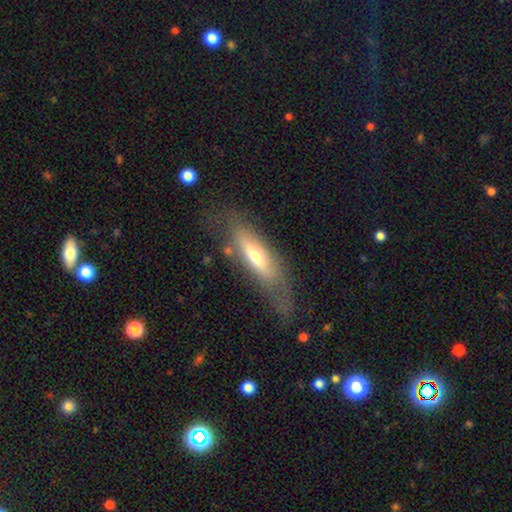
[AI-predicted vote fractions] Smooth or featured: smooth — 48% (featured or disk — 45%)
Merging: none — 64% (minor disturbance — 22%)